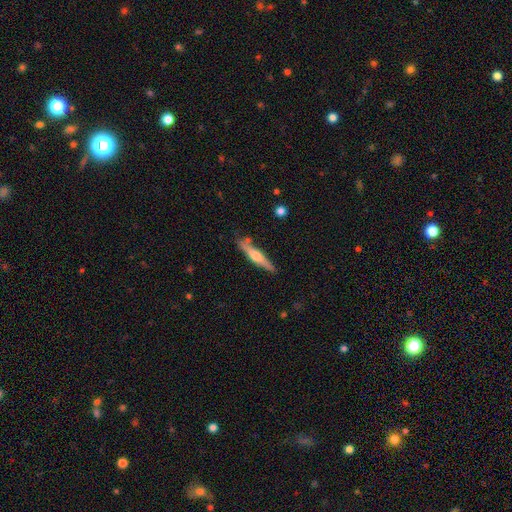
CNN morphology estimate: This is possibly a featured or disk galaxy (58%). It is clearly viewed edge-on (96%). Edge-on bulge: clearly rounded (84%). Merging: clearly none (82%).